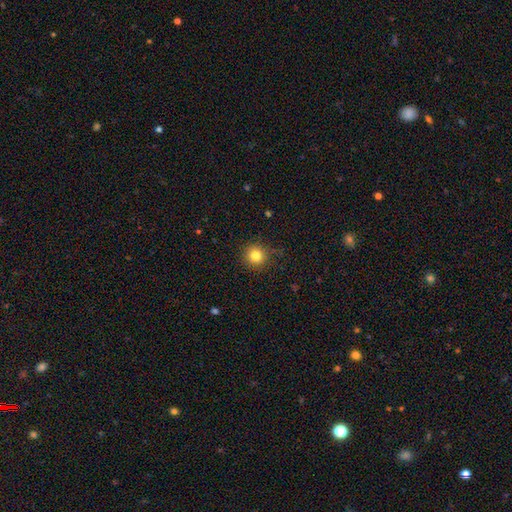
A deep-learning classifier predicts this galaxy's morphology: This is clearly a smooth galaxy (82%). How rounded: clearly round (94%). Merging: clearly none (89%).